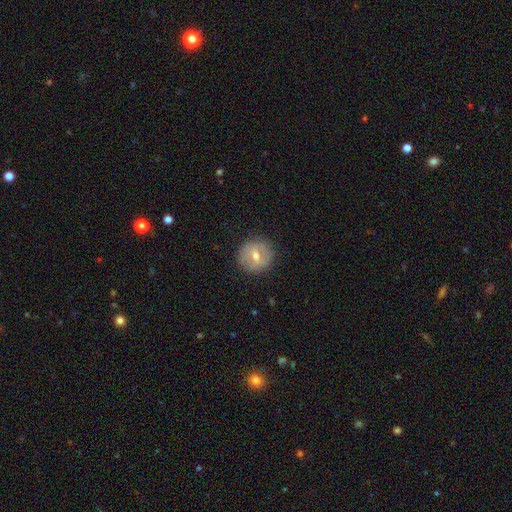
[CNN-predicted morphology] Q: Smooth or featured?
A: smooth (47%); runner-up: featured or disk (44%)
Q: Merging?
A: none (87%); runner-up: minor disturbance (9%)